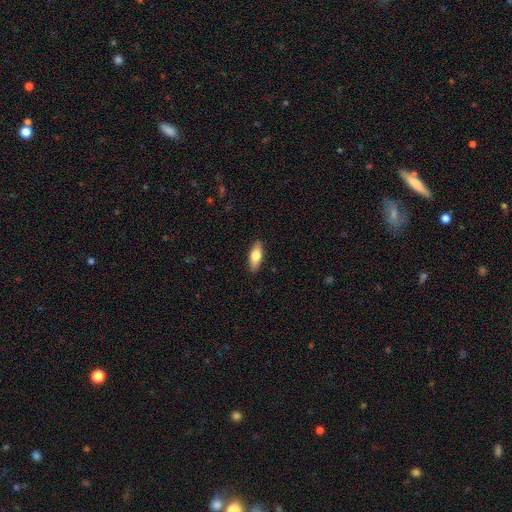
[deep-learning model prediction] Morphology: type=smooth (69%); roundness=in between (69%); merging=none (89%).